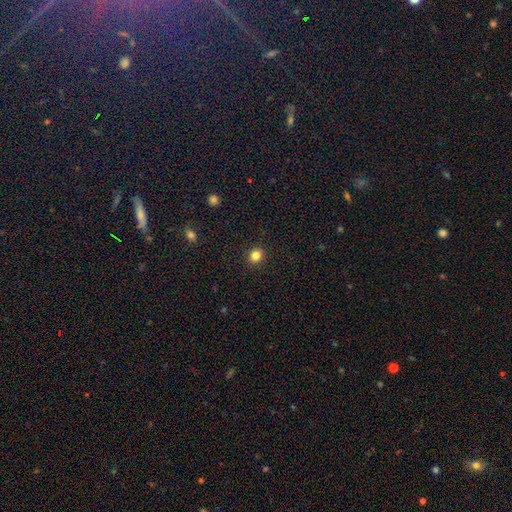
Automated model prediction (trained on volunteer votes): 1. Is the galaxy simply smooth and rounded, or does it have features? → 83% smooth, 12% star or artifact, 4% featured or disk.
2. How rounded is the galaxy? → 79% round, 20% in between, 1% cigar-shaped.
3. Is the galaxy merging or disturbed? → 91% none, 6% minor disturbance, 2% major disturbance, 1% merger.